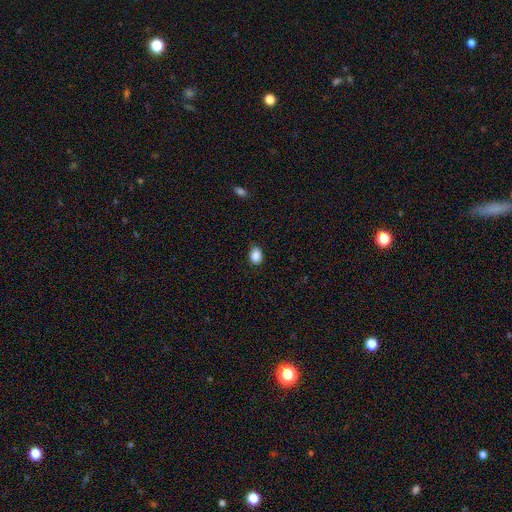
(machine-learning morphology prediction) Smooth or featured?
  - smooth: 89% *
  - star or artifact: 8%
  - featured or disk: 3%
How rounded?
  - in between: 74% *
  - round: 25%
  - cigar-shaped: 1%
Merging?
  - none: 84% *
  - minor disturbance: 13%
  - major disturbance: 3%
  - merger: 1%